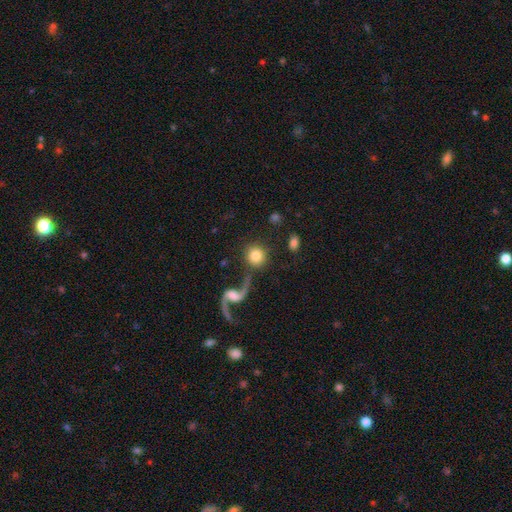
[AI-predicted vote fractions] smooth 74%, featured or disk 18%, star or artifact 8%. Down the decision tree: how rounded — round (92%); merging — none (72%).